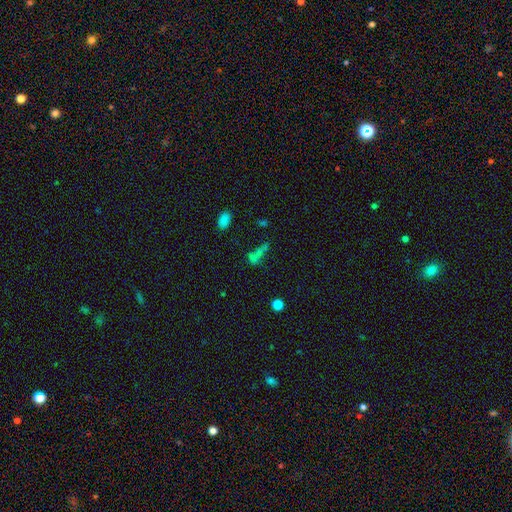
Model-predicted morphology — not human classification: smooth-or-featured: smooth: 53% | star or artifact: 28% | featured or disk: 19%
  how-rounded: in between: 48% | cigar-shaped: 35% | round: 17%
  merging: none: 39% | merger: 30% | major disturbance: 17% | minor disturbance: 14%